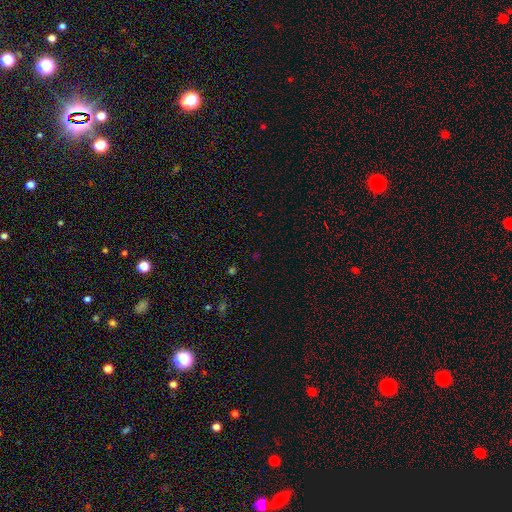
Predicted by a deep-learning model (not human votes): smooth-or-featured: star or artifact: 59% | smooth: 34% | featured or disk: 7%